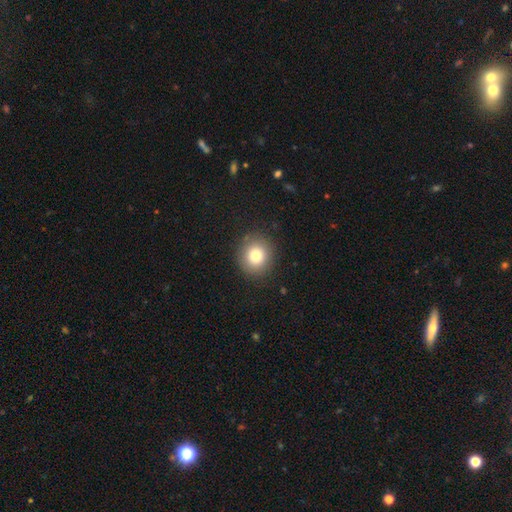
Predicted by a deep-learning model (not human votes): smooth_or_featured: smooth (p=0.79) [alt: star or artifact p=0.11]
how_rounded: round (p=0.87) [alt: in between p=0.12]
merging: none (p=0.88) [alt: minor disturbance p=0.08]